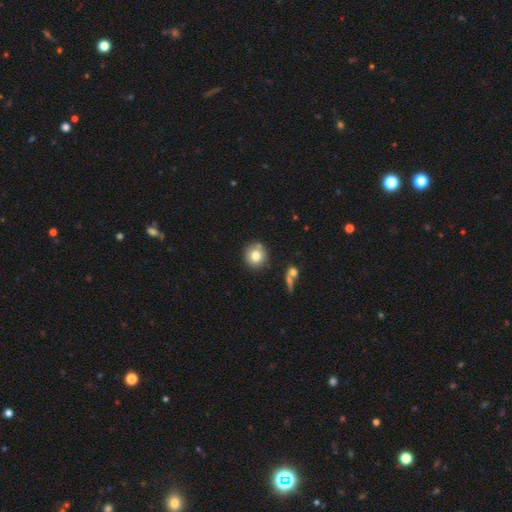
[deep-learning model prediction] Morphology: type=smooth (79%); roundness=round (92%); merging=none (82%).